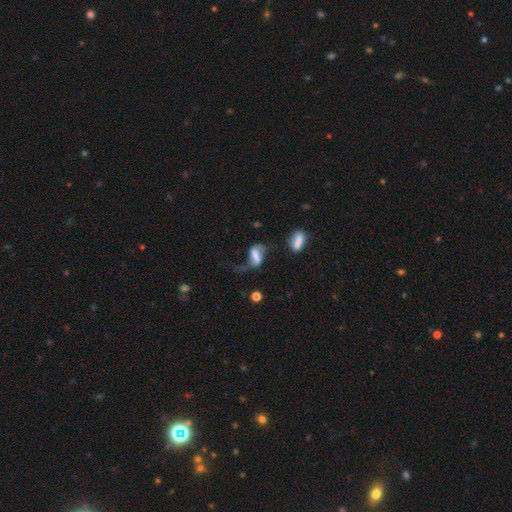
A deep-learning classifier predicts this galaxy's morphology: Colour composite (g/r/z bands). It shows a featured or disk galaxy (61%) with a strong bar (48%), spiral arms (80%) and no central bulge (44%). Merging: none (38%).